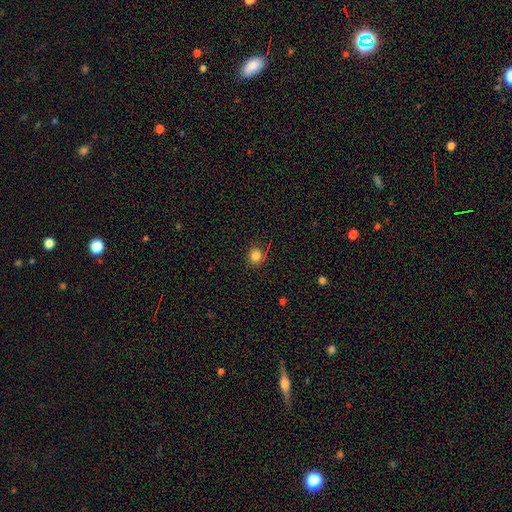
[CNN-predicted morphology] Smooth or featured? Predicted: smooth (p=0.82). How rounded? Predicted: round (p=0.87). Merging? Predicted: none (p=0.88).